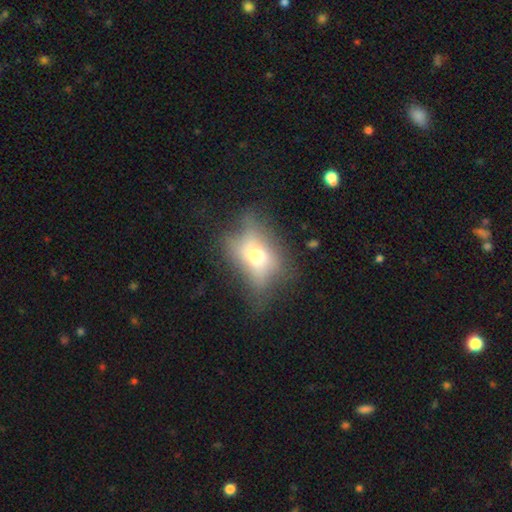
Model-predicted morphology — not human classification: This appears to be a smooth galaxy with no disk features (53%) that is in between round and cigar-shaped (68%). Merging: none (47%).